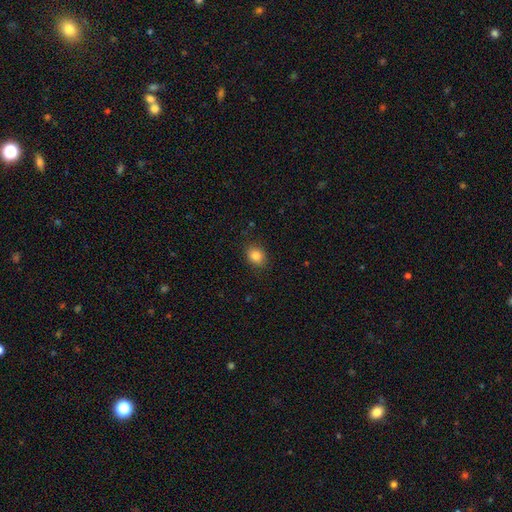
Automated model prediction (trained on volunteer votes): smooth-or-featured: smooth: 85% | star or artifact: 10% | featured or disk: 5%
  how-rounded: round: 53% | in between: 46% | cigar-shaped: 1%
  merging: none: 86% | minor disturbance: 11% | major disturbance: 3% | merger: 1%